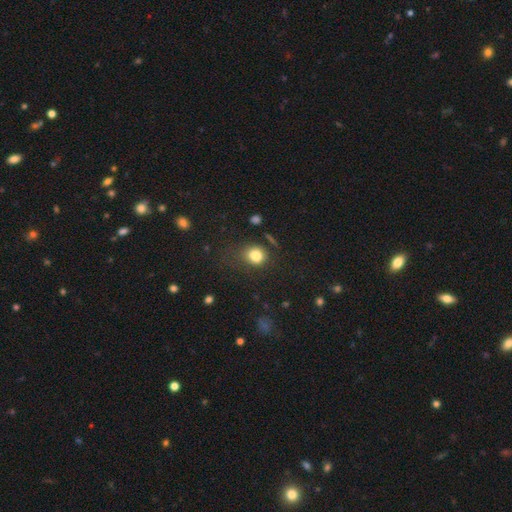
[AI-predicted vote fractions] This is clearly a smooth galaxy (82%). How rounded: likely round (66%). Merging: likely none (64%).